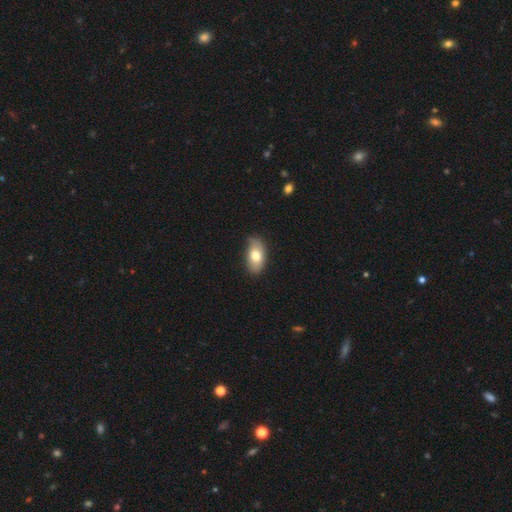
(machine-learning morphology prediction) Smooth or featured? smooth (74%)
How rounded? in between (92%)
Merging? none (71%)